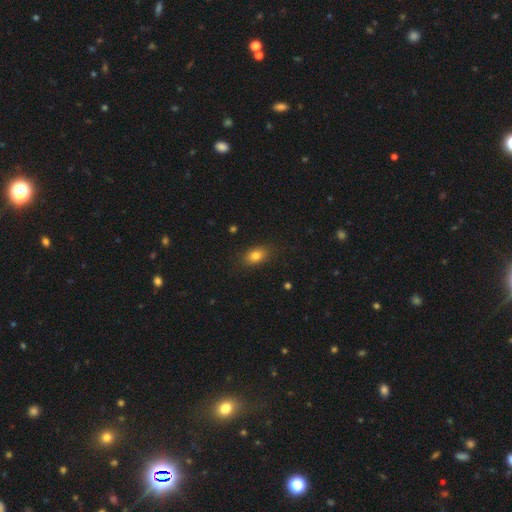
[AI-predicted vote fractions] Overall: smooth (81%). How rounded: in between (81%). Merging: none (84%).